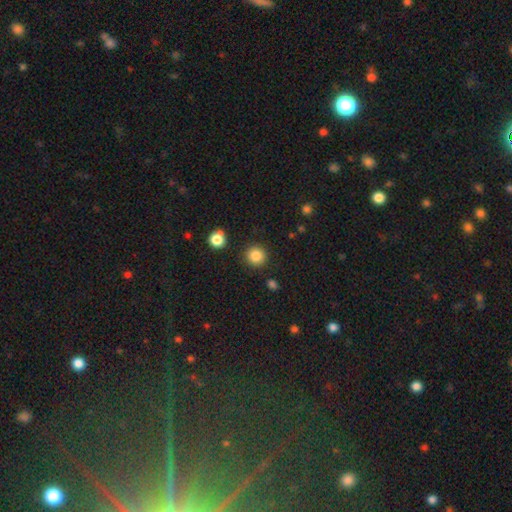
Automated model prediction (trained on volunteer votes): Smooth or featured? smooth (86%)
How rounded? round (93%)
Merging? none (89%)